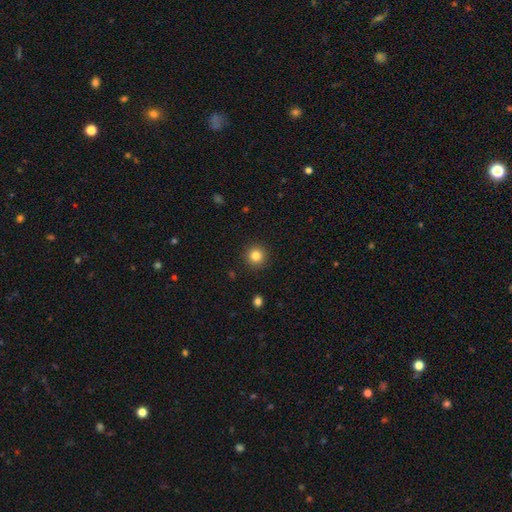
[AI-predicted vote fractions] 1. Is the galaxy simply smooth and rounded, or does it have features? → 83% smooth, 12% star or artifact, 6% featured or disk.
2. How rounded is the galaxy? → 95% round, 4% in between, 1% cigar-shaped.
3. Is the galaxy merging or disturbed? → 92% none, 5% minor disturbance, 2% major disturbance, 1% merger.